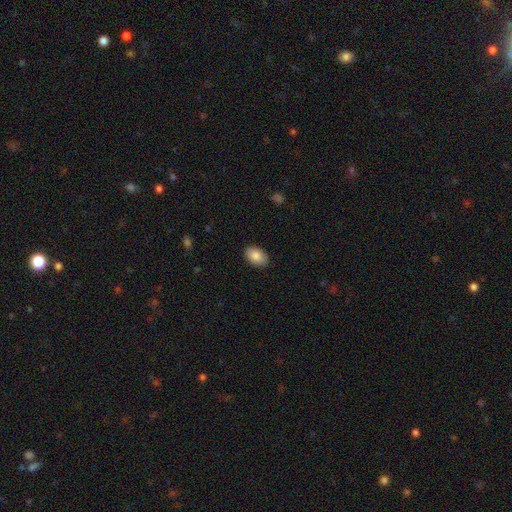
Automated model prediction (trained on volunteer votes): A smooth galaxy with no disk features (87%) that is in between round and cigar-shaped (88%).

Vote fractions:
- Smooth or featured? smooth: 87% / star or artifact: 7% / featured or disk: 6%
- How rounded? in between: 88% / round: 11% / cigar-shaped: 1%
- Merging? none: 88% / minor disturbance: 9% / major disturbance: 2% / merger: 1%